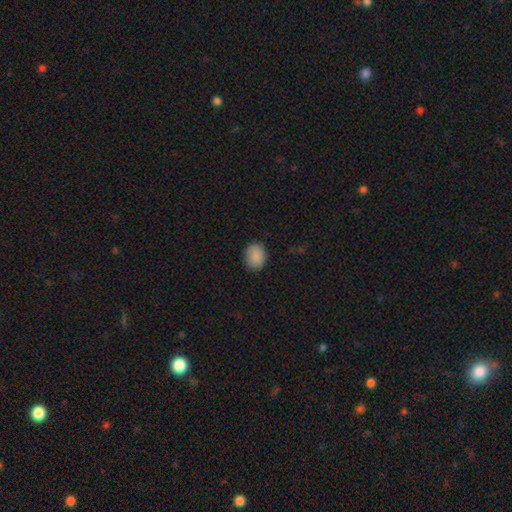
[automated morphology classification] A smooth galaxy with no disk features (89%) that is round (58%).

Vote fractions:
- Smooth or featured? smooth: 89% / star or artifact: 8% / featured or disk: 3%
- How rounded? round: 58% / in between: 41% / cigar-shaped: 1%
- Merging? none: 86% / minor disturbance: 10% / major disturbance: 2% / merger: 1%